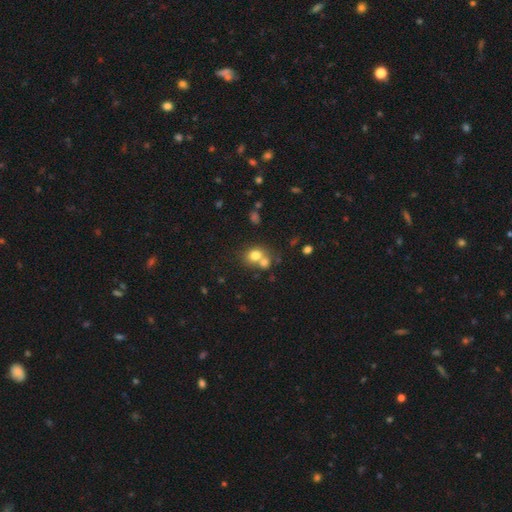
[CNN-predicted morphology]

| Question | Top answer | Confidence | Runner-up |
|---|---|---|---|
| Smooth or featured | smooth | 74% | featured or disk (13%) |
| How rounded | round | 62% | in between (37%) |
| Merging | merger | 48% | none (40%) |